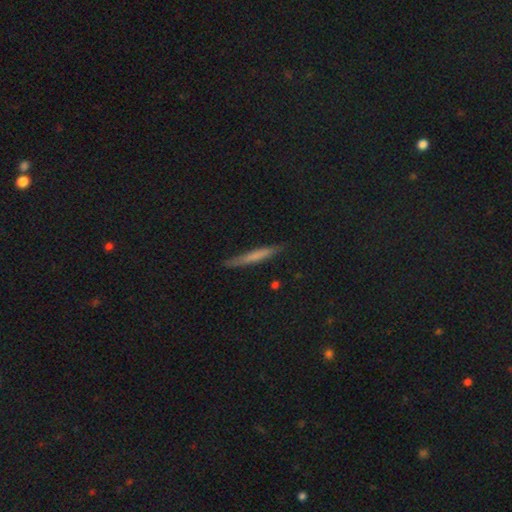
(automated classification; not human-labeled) A smooth galaxy with no disk features (63%) that is cigar-shaped (95%). Merging: none (86%).